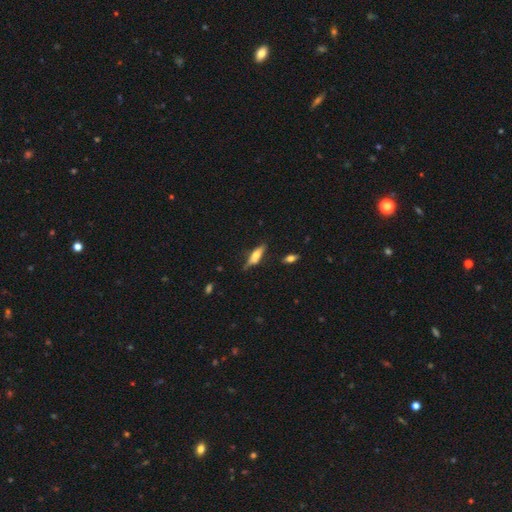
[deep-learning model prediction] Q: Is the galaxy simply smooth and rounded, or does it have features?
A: smooth — 47%.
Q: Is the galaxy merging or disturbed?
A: none — 71%.